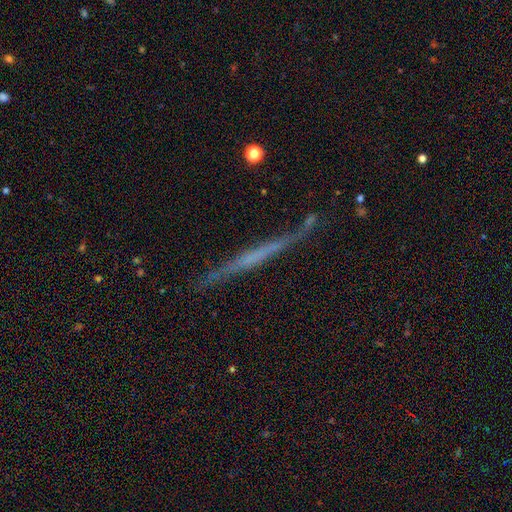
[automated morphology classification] This appears to be a featured or disk galaxy (64%) viewed edge-on (95%) with no central bulge (77%). Merging: none (79%).